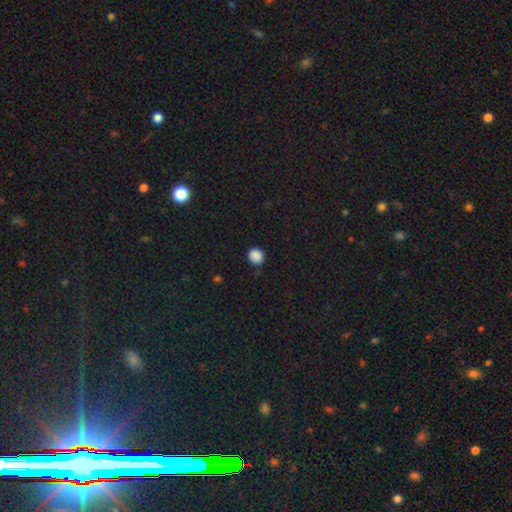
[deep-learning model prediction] Morphology: type=smooth (88%); roundness=round (76%); merging=none (87%).